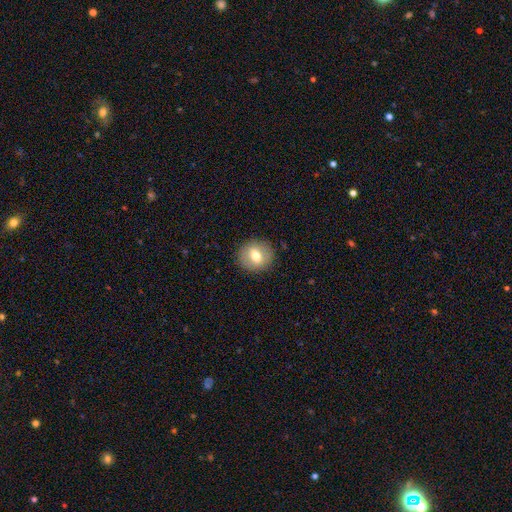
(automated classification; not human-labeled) A smooth galaxy with no disk features (64%) that is round (83%). Merging: none (88%).